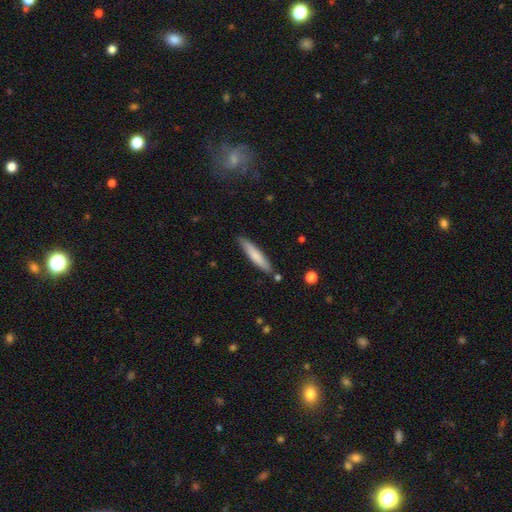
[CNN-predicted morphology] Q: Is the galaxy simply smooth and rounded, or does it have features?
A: smooth — 74%.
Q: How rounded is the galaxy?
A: cigar-shaped — 89%.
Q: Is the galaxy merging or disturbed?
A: none — 84%.